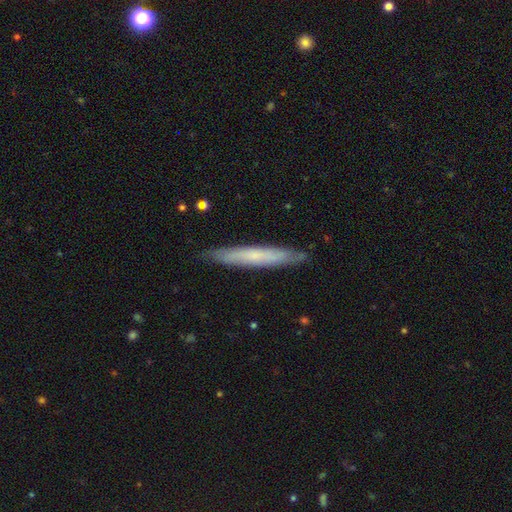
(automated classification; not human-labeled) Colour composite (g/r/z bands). It shows a smooth galaxy with no disk features (51%) that is cigar-shaped (95%). Merging: none (87%).